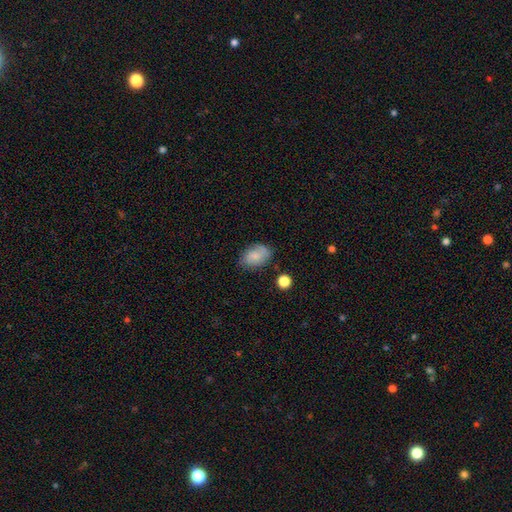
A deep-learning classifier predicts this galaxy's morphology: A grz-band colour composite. It shows a smooth galaxy with no disk features (77%) that is in between round and cigar-shaped (84%). Merging: none (69%).